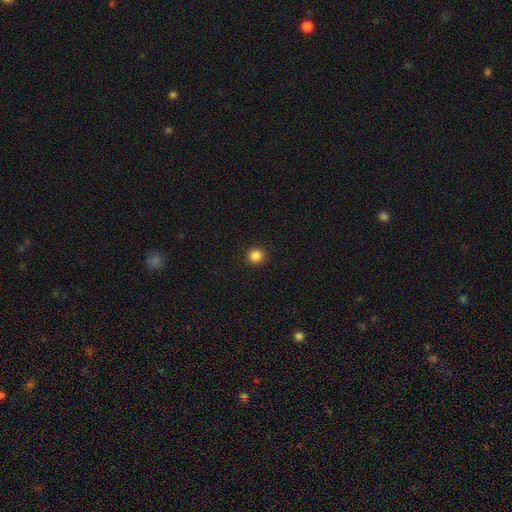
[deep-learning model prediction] Smooth or featured?
  - smooth: 85% *
  - star or artifact: 12%
  - featured or disk: 4%
How rounded?
  - round: 94% *
  - in between: 5%
  - cigar-shaped: 1%
Merging?
  - none: 93% *
  - minor disturbance: 4%
  - major disturbance: 2%
  - merger: 1%